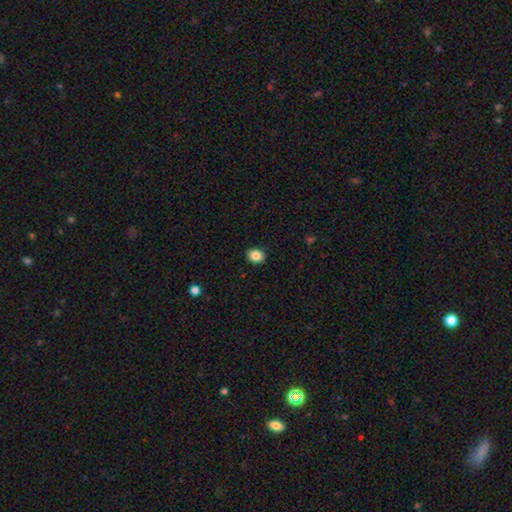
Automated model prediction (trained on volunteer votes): Q: Smooth or featured?
A: smooth (86%); runner-up: star or artifact (9%)
Q: How rounded?
A: in between (51%); runner-up: round (48%)
Q: Merging?
A: none (90%); runner-up: minor disturbance (7%)